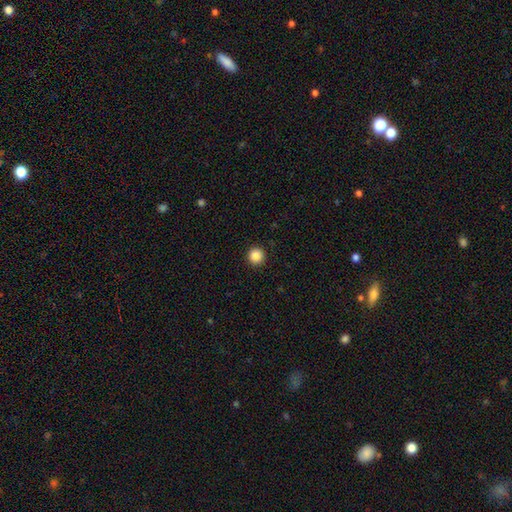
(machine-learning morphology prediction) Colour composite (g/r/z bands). It shows a smooth galaxy with no disk features (87%) that is round (96%). Merging: none (93%).